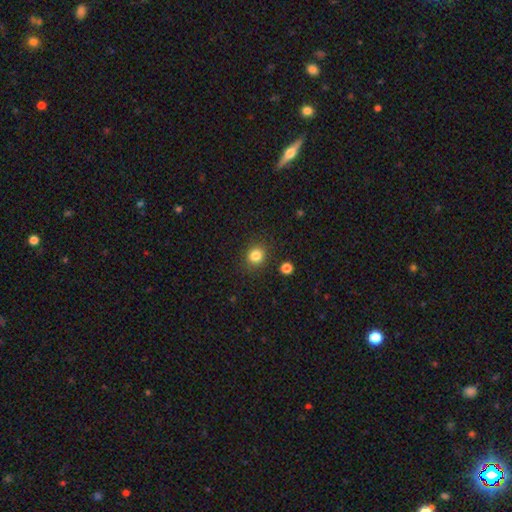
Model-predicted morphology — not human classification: A smooth galaxy with no disk features (82%) that is round (84%).

Vote fractions:
- Smooth or featured? smooth: 82% / star or artifact: 12% / featured or disk: 5%
- How rounded? round: 84% / in between: 16% / cigar-shaped: 1%
- Merging? none: 88% / minor disturbance: 7% / major disturbance: 3% / merger: 2%